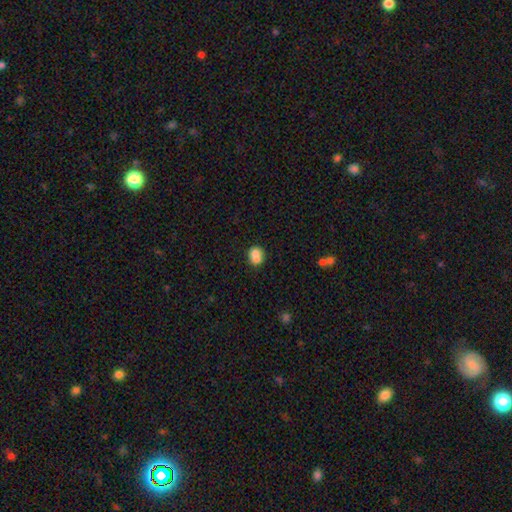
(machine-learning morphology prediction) smooth_or_featured: smooth (p=0.82) [alt: star or artifact p=0.09]
how_rounded: in between (p=0.49) [tied with: round p=0.49]
merging: none (p=0.56) [alt: merger p=0.24]